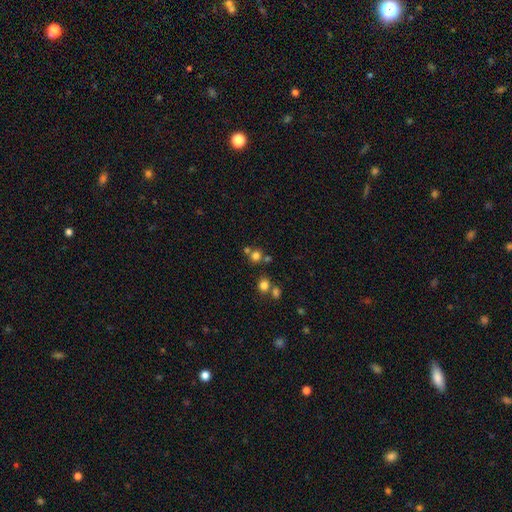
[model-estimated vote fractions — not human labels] Q: Smooth or featured?
A: smooth (71%); runner-up: star or artifact (20%)
Q: How rounded?
A: round (87%); runner-up: in between (12%)
Q: Merging?
A: none (62%); runner-up: merger (26%)